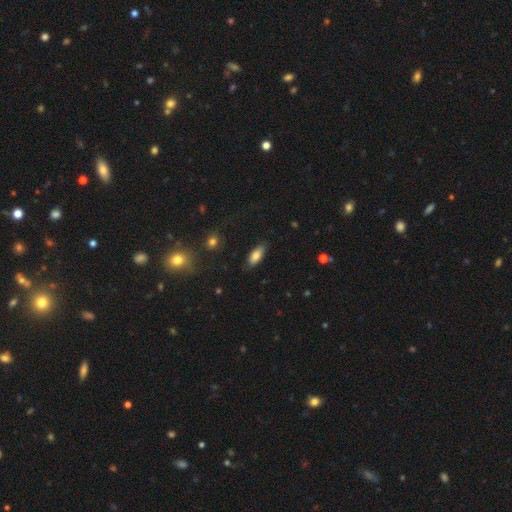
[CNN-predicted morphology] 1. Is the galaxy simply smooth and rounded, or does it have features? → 82% smooth, 10% featured or disk, 8% star or artifact.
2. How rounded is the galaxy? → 83% in between, 15% cigar-shaped, 2% round.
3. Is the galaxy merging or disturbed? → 81% none, 15% minor disturbance, 3% major disturbance, 1% merger.